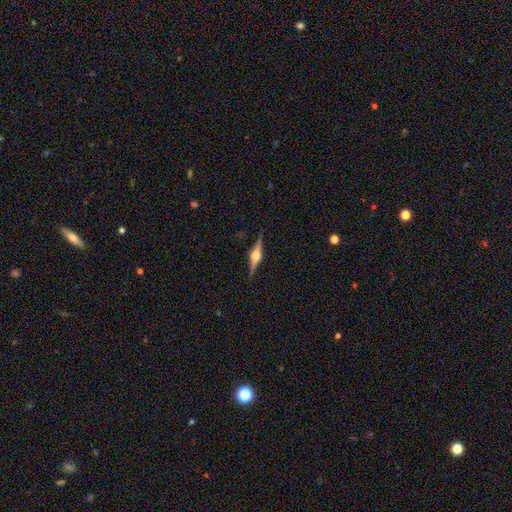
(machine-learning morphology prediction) Smooth or featured: featured or disk — 82% (smooth — 12%)
Edge-on disk: yes — 98% (no — 2%)
Edge-on bulge: rounded — 92% (boxy — 6%)
Merging: none — 89% (minor disturbance — 8%)